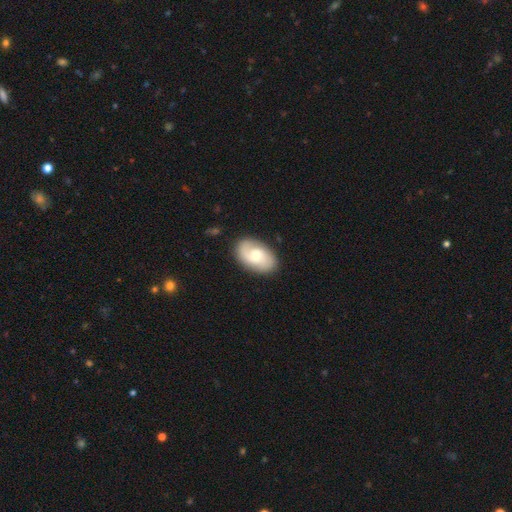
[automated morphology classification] Overall: featured or disk (54%; smooth 40%). Edge-on disk: no (95%). Bar: no (61%; weak 33%). Spiral arms: yes (82%). Bulge size: moderate (62%; small 29%). Merging: none (83%).